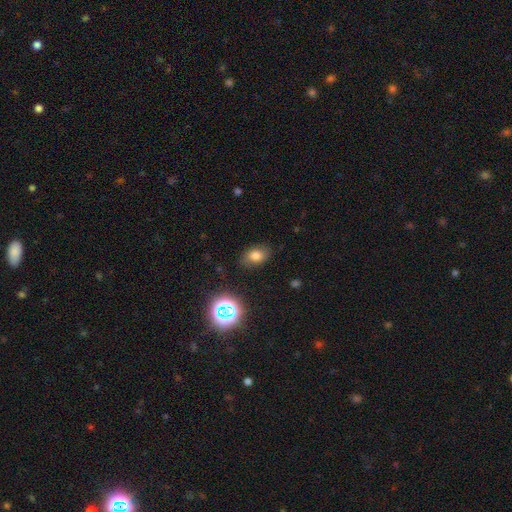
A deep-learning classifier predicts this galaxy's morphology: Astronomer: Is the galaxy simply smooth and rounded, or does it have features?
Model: smooth — 74%.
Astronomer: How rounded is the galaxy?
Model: in between — 80%.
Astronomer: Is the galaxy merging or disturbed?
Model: none — 81%.